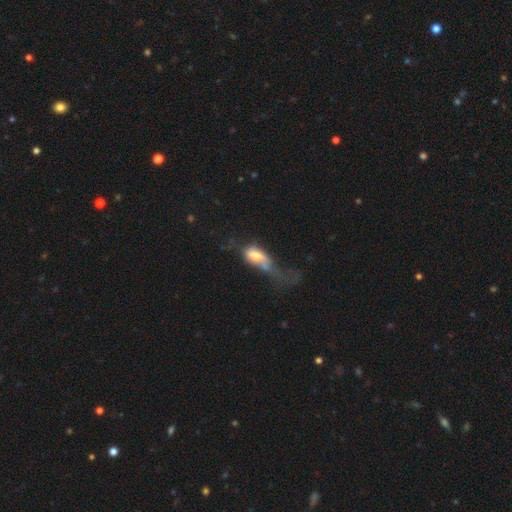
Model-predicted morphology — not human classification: smooth 57%, featured or disk 35%, star or artifact 8%. Down the decision tree: how rounded — in between (81%); merging — major disturbance (59%).